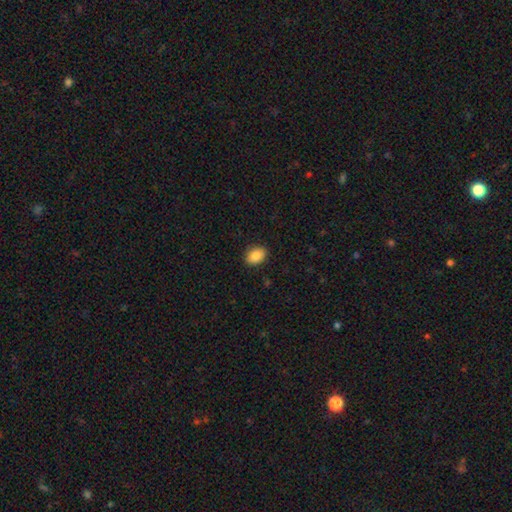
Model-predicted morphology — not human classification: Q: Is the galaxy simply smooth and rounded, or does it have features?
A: smooth — 88%.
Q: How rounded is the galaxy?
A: in between — 76%.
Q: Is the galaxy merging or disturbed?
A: none — 90%.